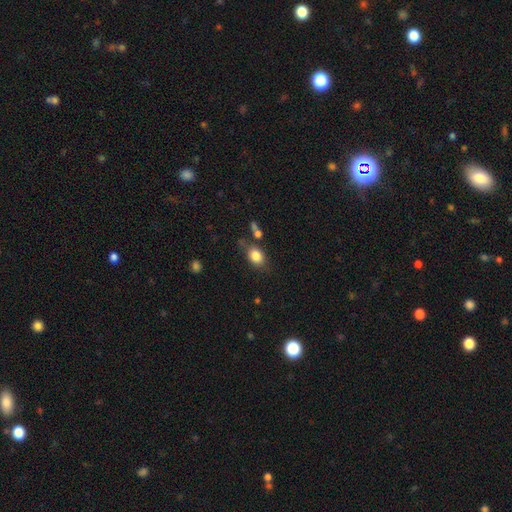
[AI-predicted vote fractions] Q: Smooth or featured?
A: smooth (83%); runner-up: star or artifact (9%)
Q: How rounded?
A: in between (71%); runner-up: round (27%)
Q: Merging?
A: none (68%); runner-up: minor disturbance (18%)